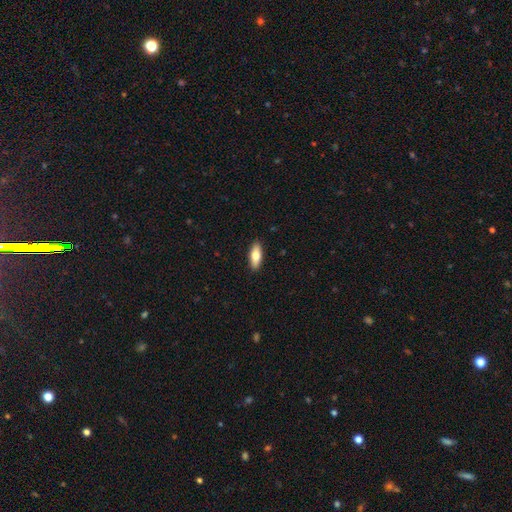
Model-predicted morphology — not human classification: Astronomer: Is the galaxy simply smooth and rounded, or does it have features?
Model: smooth — 73%.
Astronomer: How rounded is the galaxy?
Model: in between — 70%.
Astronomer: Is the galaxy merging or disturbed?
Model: none — 90%.